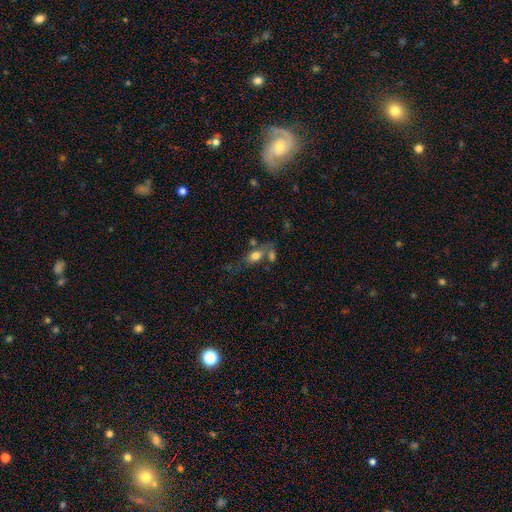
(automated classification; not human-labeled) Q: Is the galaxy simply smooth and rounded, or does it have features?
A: smooth — 68%.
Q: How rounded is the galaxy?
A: in between — 79%.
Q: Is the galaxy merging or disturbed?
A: none — 42%.